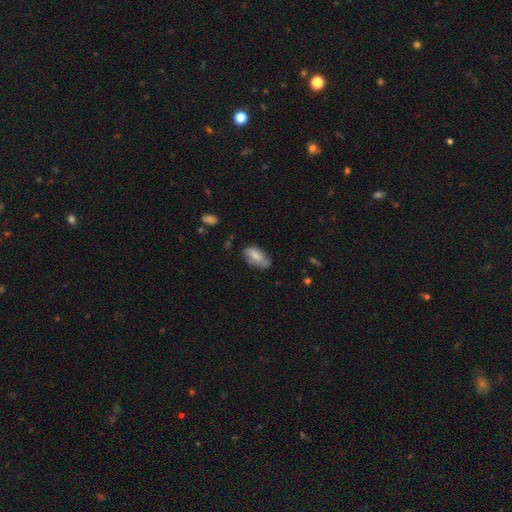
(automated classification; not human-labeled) Morphology: type=smooth (73%); roundness=in between (90%); merging=none (59%).